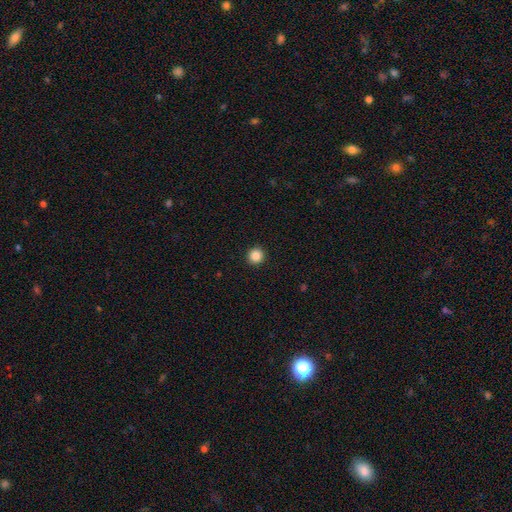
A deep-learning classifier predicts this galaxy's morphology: Q: Smooth or featured?
A: smooth (87%); runner-up: star or artifact (10%)
Q: How rounded?
A: round (95%); runner-up: in between (4%)
Q: Merging?
A: none (94%); runner-up: minor disturbance (4%)